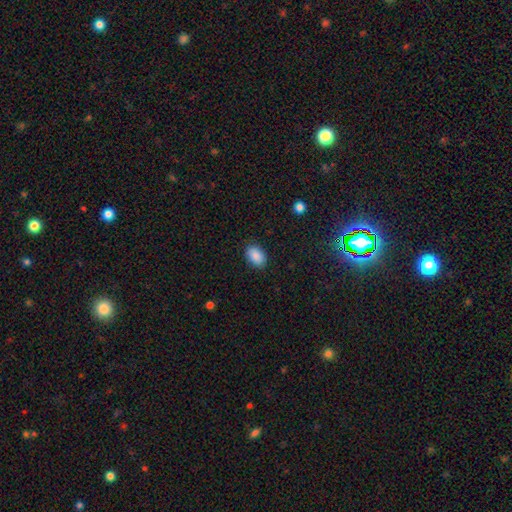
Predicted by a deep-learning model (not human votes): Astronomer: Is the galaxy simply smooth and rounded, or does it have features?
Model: smooth — 89%.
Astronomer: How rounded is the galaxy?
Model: in between — 86%.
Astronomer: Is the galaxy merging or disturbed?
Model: none — 88%.